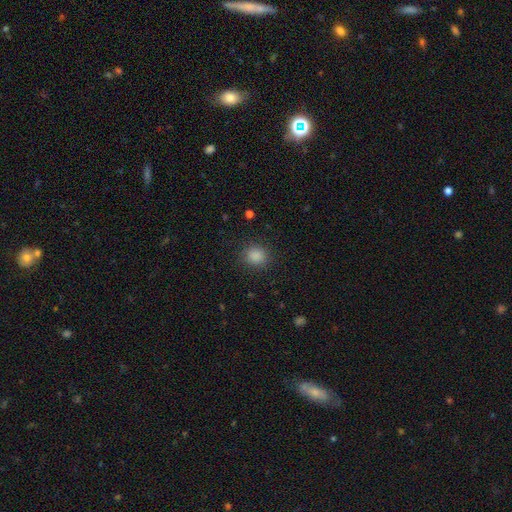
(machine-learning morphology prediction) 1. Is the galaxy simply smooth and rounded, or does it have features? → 86% smooth, 11% star or artifact, 3% featured or disk.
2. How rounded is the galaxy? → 80% round, 19% in between, 1% cigar-shaped.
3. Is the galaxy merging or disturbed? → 88% none, 8% minor disturbance, 3% major disturbance, 1% merger.